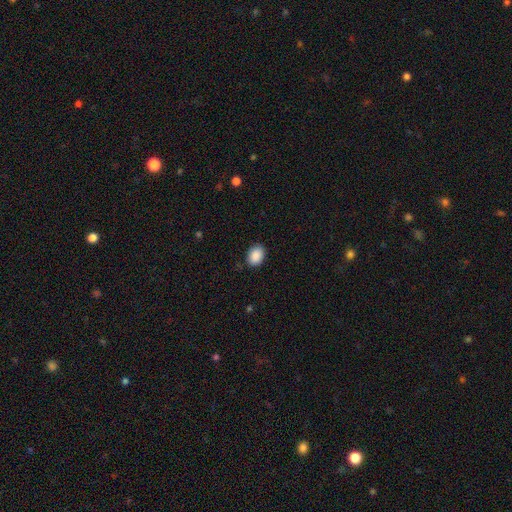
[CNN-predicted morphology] Smooth or featured? smooth (90%)
How rounded? in between (73%)
Merging? none (86%)